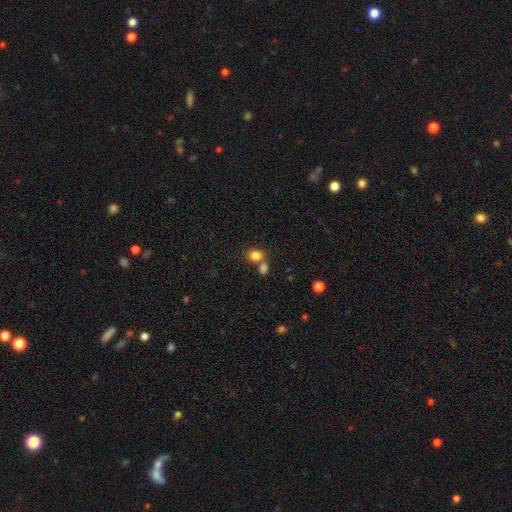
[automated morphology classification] Q: Smooth or featured?
A: smooth (82%); runner-up: star or artifact (11%)
Q: How rounded?
A: in between (53%); runner-up: round (46%)
Q: Merging?
A: none (52%); runner-up: merger (34%)